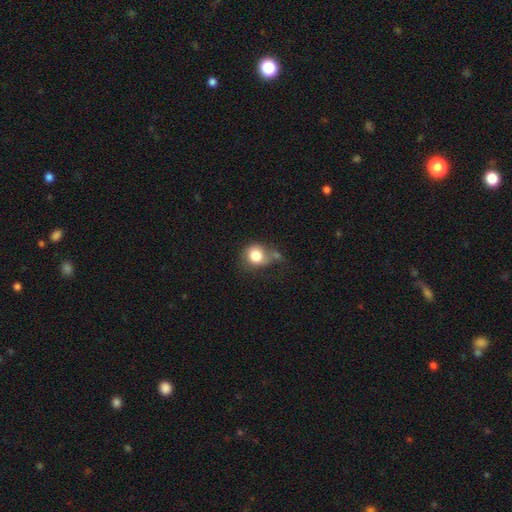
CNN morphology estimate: This is clearly a smooth galaxy (80%). How rounded: likely round (77%). Merging: marginally none (41%).